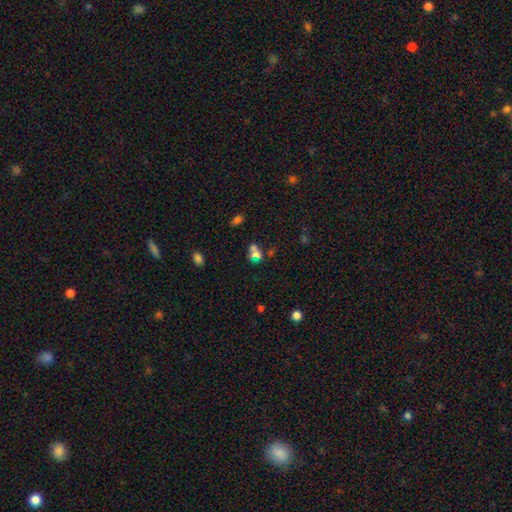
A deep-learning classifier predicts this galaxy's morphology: A smooth galaxy with no disk features (54%) that is round (56%). Merging: merger (43%).